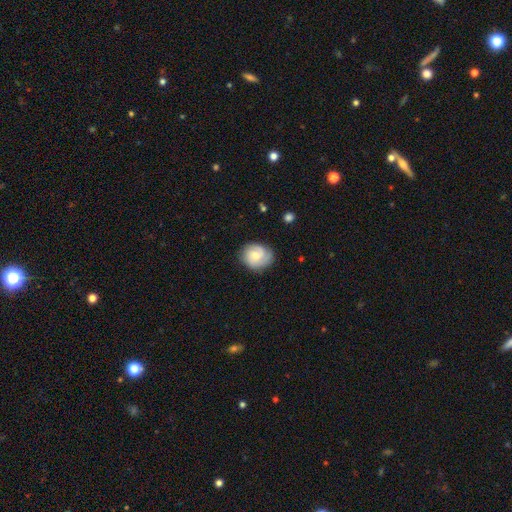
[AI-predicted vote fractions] featured or disk 60%, smooth 33%, star or artifact 7%. Down the decision tree: edge-on disk — no (98%); bar — no (65%); spiral arms — yes (92%); spiral arm count — 2 (37%); spiral winding — tight (56%); bulge size — small (47%); merging — none (73%).